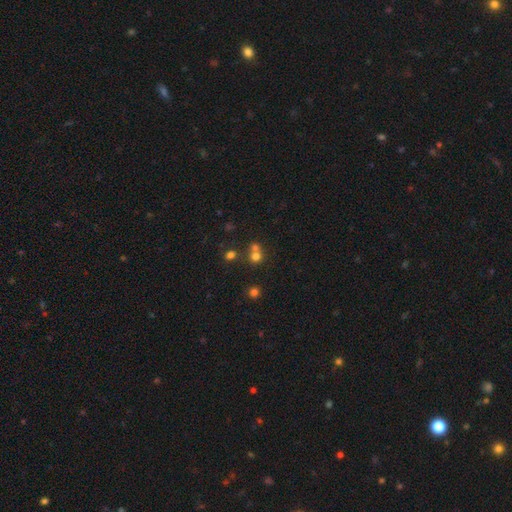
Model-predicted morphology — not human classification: Overall: smooth (69%). How rounded: round (85%). Merging: none (48%; merger 43%).